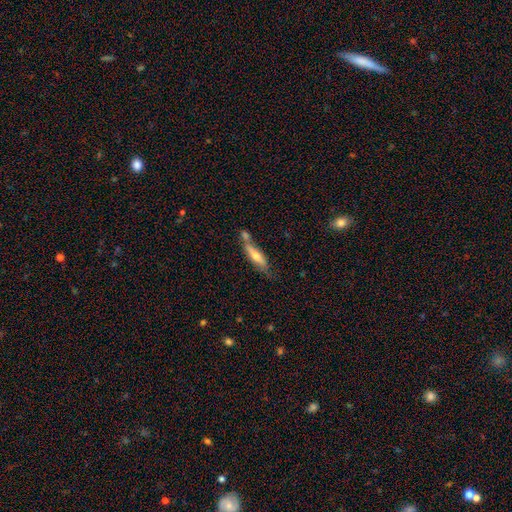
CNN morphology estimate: Smooth or featured?
  - smooth: 51% *
  - featured or disk: 43%
  - star or artifact: 6%
How rounded?
  - cigar-shaped: 70% *
  - in between: 28%
  - round: 2%
Merging?
  - none: 46% *
  - merger: 30%
  - minor disturbance: 18%
  - major disturbance: 6%